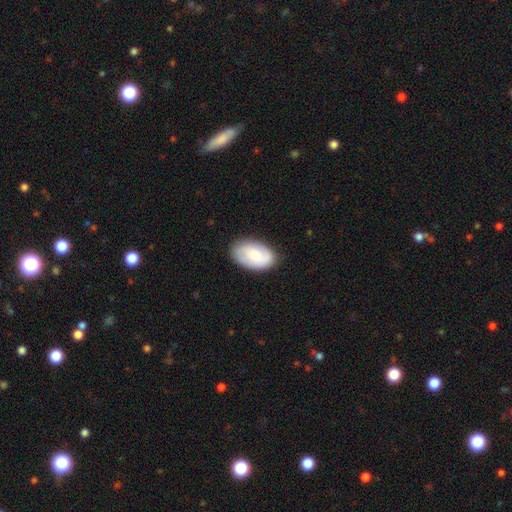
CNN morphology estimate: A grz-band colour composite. It shows a smooth galaxy with no disk features (62%) that is in between round and cigar-shaped (92%). Merging: none (80%).